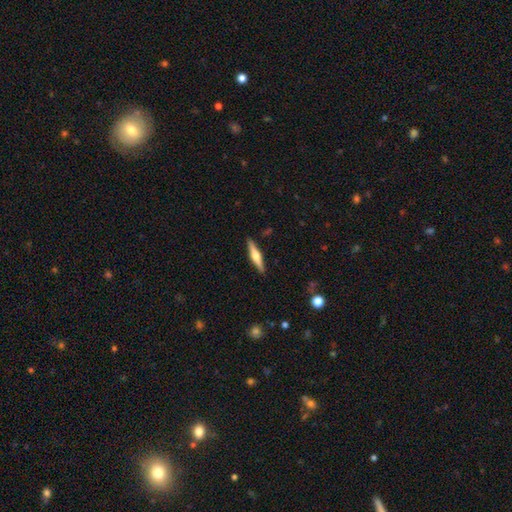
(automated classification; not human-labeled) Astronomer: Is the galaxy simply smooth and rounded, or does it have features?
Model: featured or disk — 60%.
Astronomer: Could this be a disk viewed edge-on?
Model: yes — 97%.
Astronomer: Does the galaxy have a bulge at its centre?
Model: rounded — 91%.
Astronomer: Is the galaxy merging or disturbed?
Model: none — 90%.